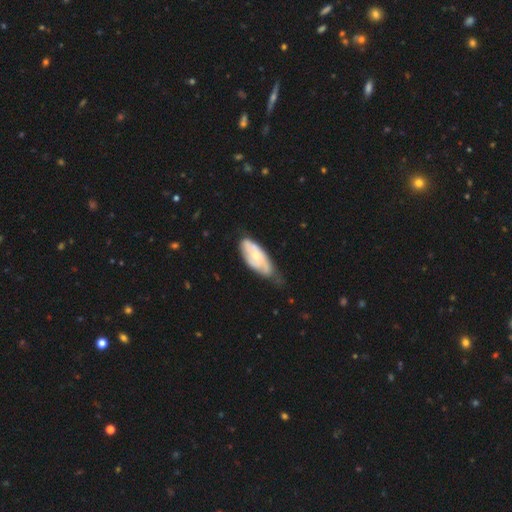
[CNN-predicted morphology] The model was most divided on "merging": none: 42%, minor disturbance: 41%, major disturbance: 14%, merger: 3%. More confident: edge-on disk — no (89%); bar — no (76%); spiral arms — yes (73%); smooth or featured — featured or disk (57%); bulge size — small (51%).